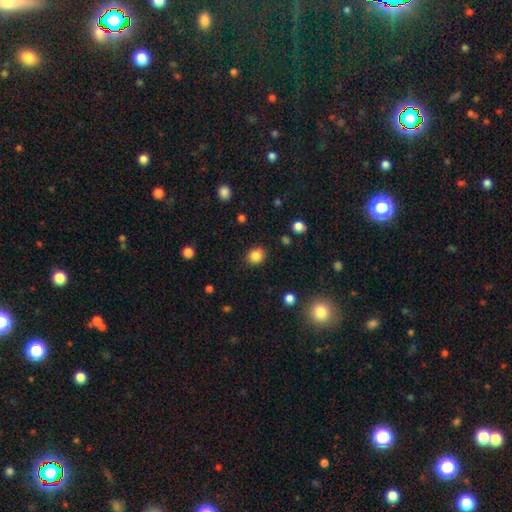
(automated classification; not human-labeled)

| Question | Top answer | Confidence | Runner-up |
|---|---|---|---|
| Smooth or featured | smooth | 85% | star or artifact (10%) |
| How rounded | round | 74% | in between (25%) |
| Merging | none | 87% | minor disturbance (9%) |